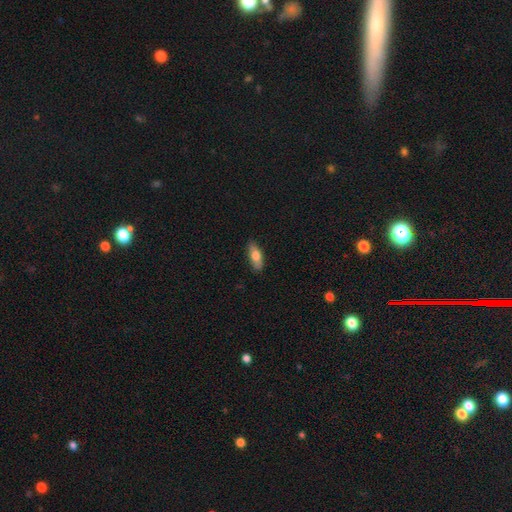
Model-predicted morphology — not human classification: Smooth or featured? smooth (74%)
How rounded? in between (75%)
Merging? none (86%)